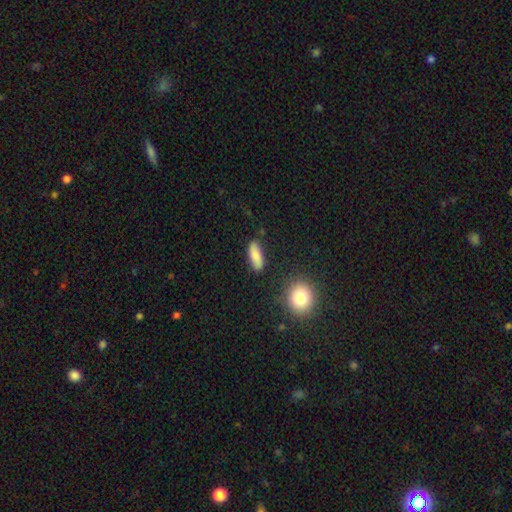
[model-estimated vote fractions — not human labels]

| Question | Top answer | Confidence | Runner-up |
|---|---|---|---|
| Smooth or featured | smooth | 83% | featured or disk (9%) |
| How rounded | in between | 69% | cigar-shaped (28%) |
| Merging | none | 82% | minor disturbance (12%) |